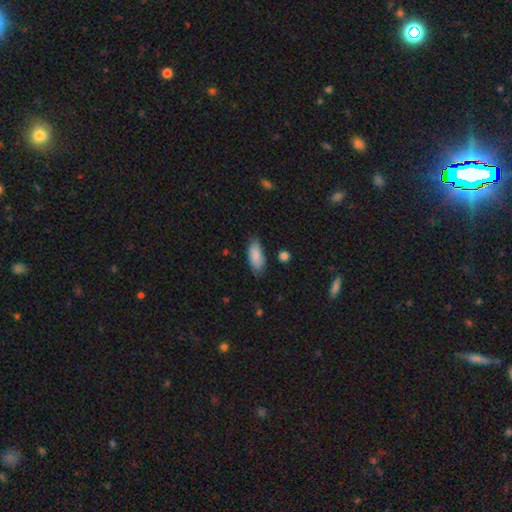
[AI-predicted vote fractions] The model was most divided on "merging": none: 74%, minor disturbance: 20%, major disturbance: 4%, merger: 2%. More confident: smooth or featured — smooth (87%); how rounded — in between (86%).